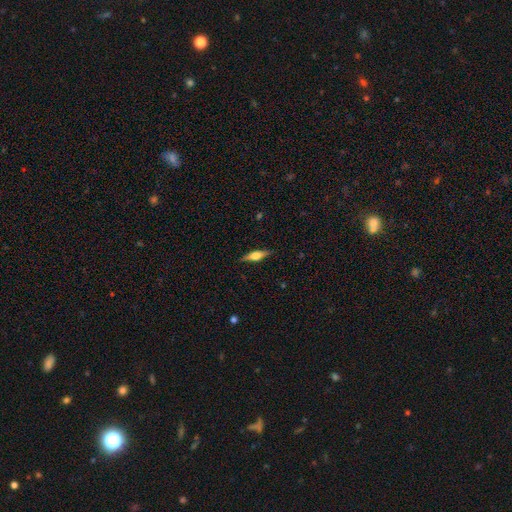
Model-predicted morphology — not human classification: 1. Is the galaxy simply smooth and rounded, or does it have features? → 59% featured or disk, 34% smooth, 6% star or artifact.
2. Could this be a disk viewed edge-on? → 96% yes, 4% no.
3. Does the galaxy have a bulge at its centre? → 88% rounded, 10% boxy, 2% none.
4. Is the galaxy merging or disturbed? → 87% none, 10% minor disturbance, 2% major disturbance, 1% merger.